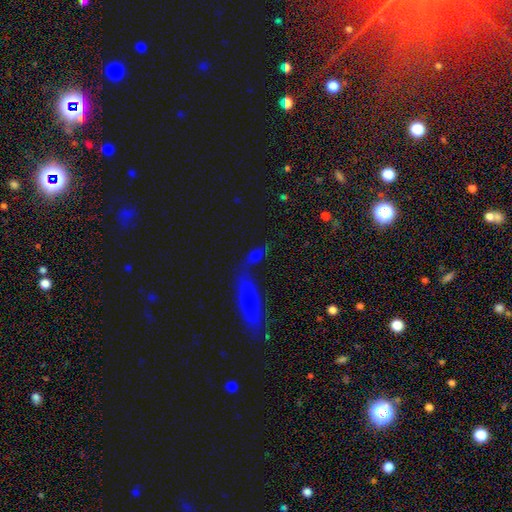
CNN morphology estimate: smooth-or-featured: smooth: 51% | star or artifact: 26% | featured or disk: 22%
  how-rounded: in between: 62% | cigar-shaped: 22% | round: 16%
  merging: none: 45% | merger: 31% | minor disturbance: 14% | major disturbance: 10%